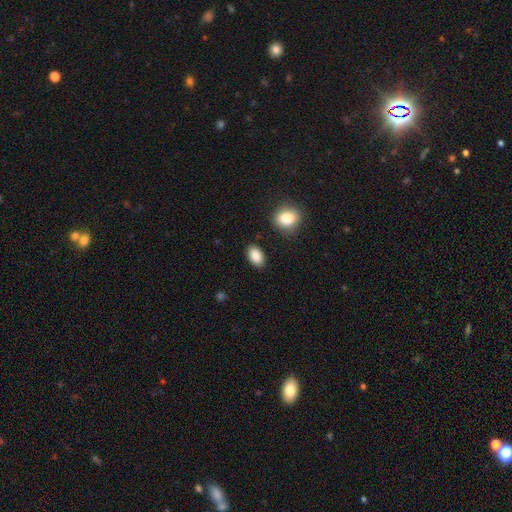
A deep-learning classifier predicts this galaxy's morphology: A smooth galaxy with no disk features (88%) that is in between round and cigar-shaped (89%).

Vote fractions:
- Smooth or featured? smooth: 88% / star or artifact: 8% / featured or disk: 4%
- How rounded? in between: 89% / round: 9% / cigar-shaped: 2%
- Merging? none: 85% / minor disturbance: 10% / major disturbance: 3% / merger: 3%